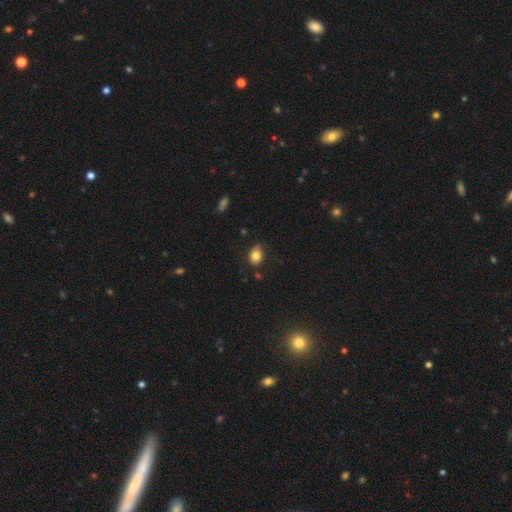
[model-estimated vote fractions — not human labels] This appears to be a smooth galaxy with no disk features (80%) that is in between round and cigar-shaped (62%). Merging: none (65%).